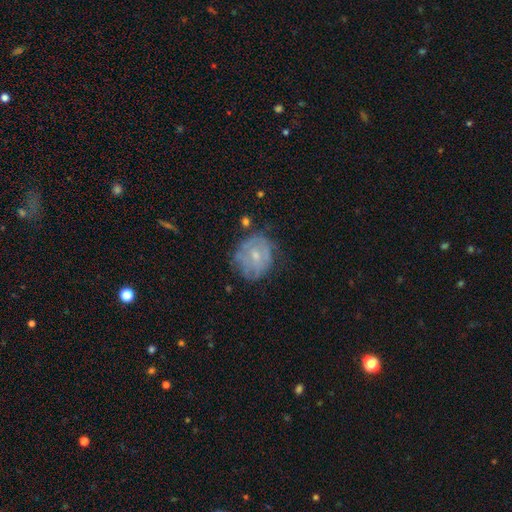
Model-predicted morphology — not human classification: This is possibly a featured or disk galaxy (58%). It is clearly not viewed edge-on (97%). Bar: likely no (64%). Spiral arm pattern: possibly no (50%, tied with yes). Central bulge: possibly small (56%). Merging: possibly none (58%).